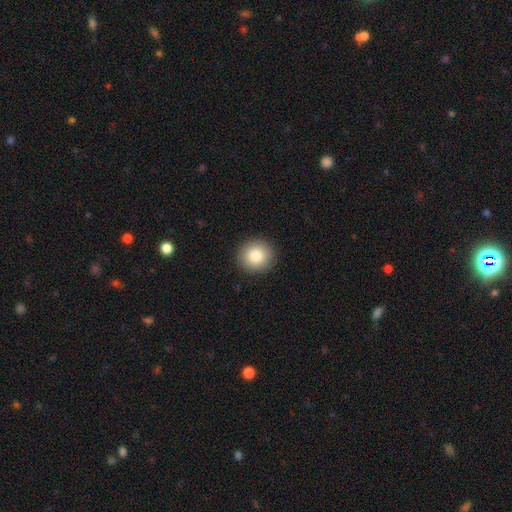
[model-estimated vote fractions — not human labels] smooth-or-featured: smooth: 85% | star or artifact: 8% | featured or disk: 7%
  how-rounded: round: 91% | in between: 8% | cigar-shaped: 1%
  merging: none: 92% | minor disturbance: 5% | major disturbance: 2% | merger: 1%